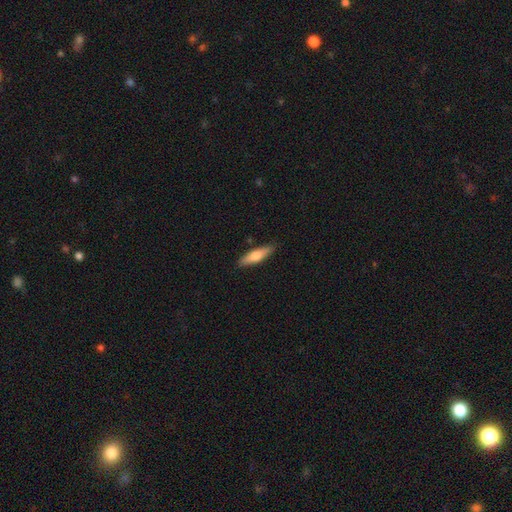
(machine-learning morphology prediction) This appears to be a smooth galaxy with no disk features (68%) that is cigar-shaped (66%). Merging: none (88%).